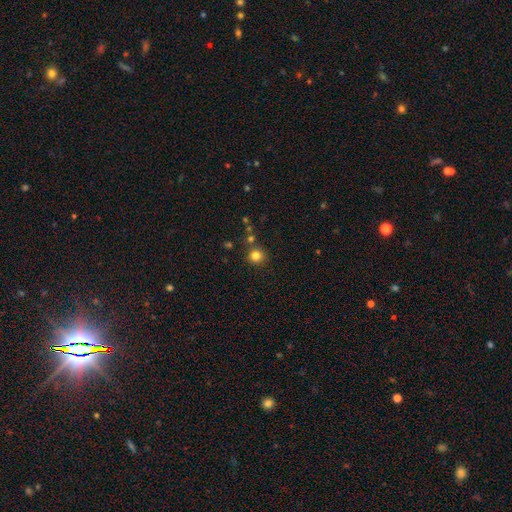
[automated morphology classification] Smooth or featured? smooth (81%)
How rounded? round (91%)
Merging? none (82%)